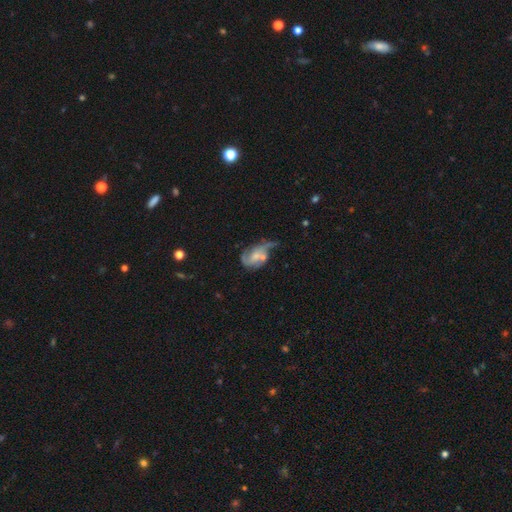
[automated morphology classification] A featured or disk galaxy (67%) with no bar (63%), 2 (58%) loose (45%) spiral arms (81%) and a small central bulge (41%).

Vote fractions:
- Smooth or featured? featured or disk: 67% / smooth: 25% / star or artifact: 8%
- Edge-on disk? no: 97% / yes: 3%
- Bar? no: 63% / weak: 30% / strong: 7%
- Spiral arms? yes: 81% / no: 19%
- Spiral winding? loose: 45% / medium: 38% / tight: 17%
- Spiral arm count? 2: 58% / can't tell: 15% / 1: 15% / 3: 8% / 4: 2% / more than 4: 2%
- Bulge size? small: 41% / moderate: 35% / none: 17% / large: 5% / dominant: 2%
- Merging? major disturbance: 32% / none: 24% / merger: 23% / minor disturbance: 22%